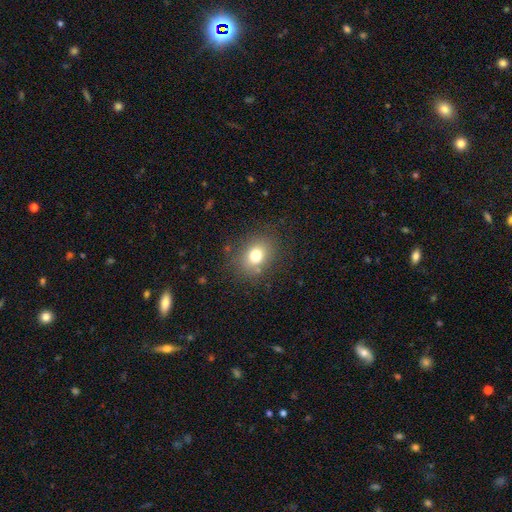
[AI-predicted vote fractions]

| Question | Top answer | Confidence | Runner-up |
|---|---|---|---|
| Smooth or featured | smooth | 76% | star or artifact (13%) |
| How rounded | round | 54% | in between (45%) |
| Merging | none | 82% | minor disturbance (11%) |